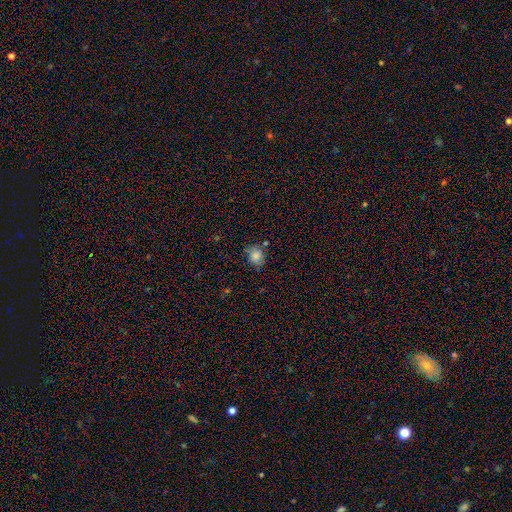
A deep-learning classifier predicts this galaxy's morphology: smooth-or-featured: smooth: 80% | star or artifact: 11% | featured or disk: 9%
  how-rounded: round: 61% | in between: 38% | cigar-shaped: 1%
  merging: none: 68% | minor disturbance: 22% | major disturbance: 5% | merger: 5%